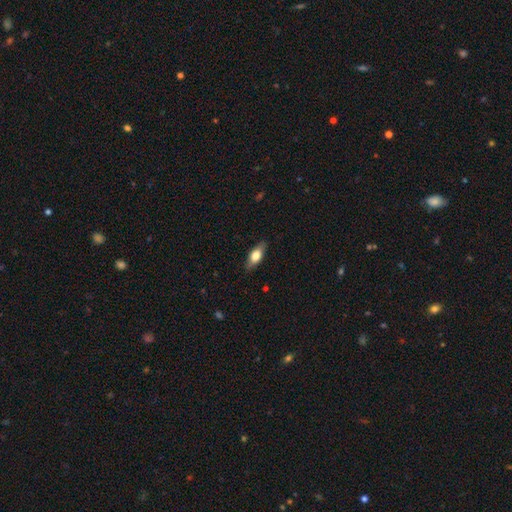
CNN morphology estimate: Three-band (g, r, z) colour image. It shows a smooth galaxy with no disk features (69%) that is in between round and cigar-shaped (77%). Merging: none (84%).